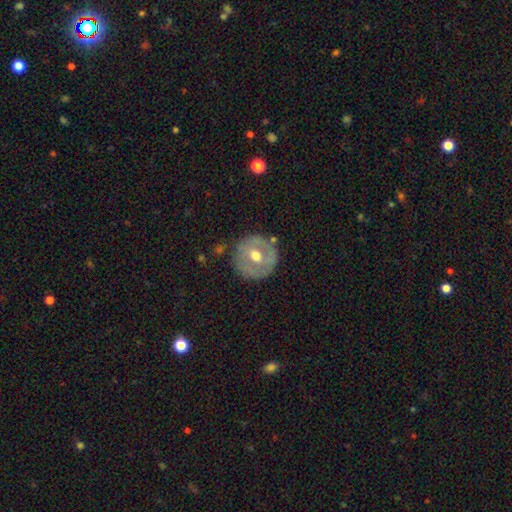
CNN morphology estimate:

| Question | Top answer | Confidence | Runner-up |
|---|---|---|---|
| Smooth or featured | featured or disk | 54% | smooth (40%) |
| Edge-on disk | no | 95% | yes (5%) |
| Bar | no | 60% | weak (30%) |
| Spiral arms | no | 72% | yes (28%) |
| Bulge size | moderate | 80% | large (9%) |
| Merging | none | 81% | minor disturbance (13%) |